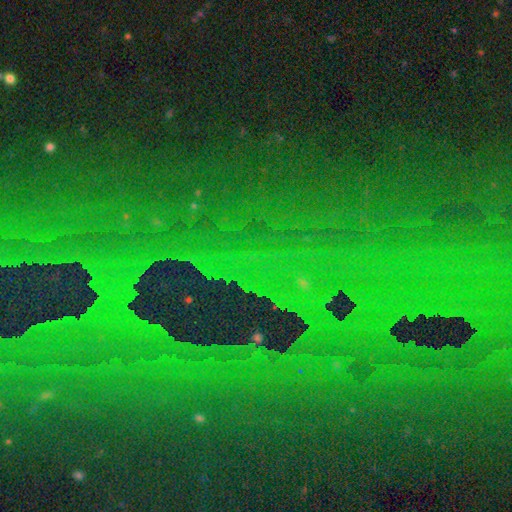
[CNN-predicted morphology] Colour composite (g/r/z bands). It shows a star or artifact, not a galaxy (85%).